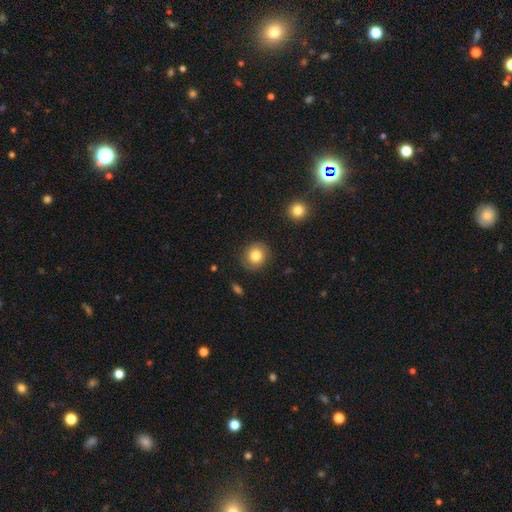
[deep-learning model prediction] Smooth or featured?
  - smooth: 79% *
  - featured or disk: 12%
  - star or artifact: 9%
How rounded?
  - round: 87% *
  - in between: 12%
  - cigar-shaped: 1%
Merging?
  - none: 87% *
  - minor disturbance: 9%
  - major disturbance: 3%
  - merger: 1%